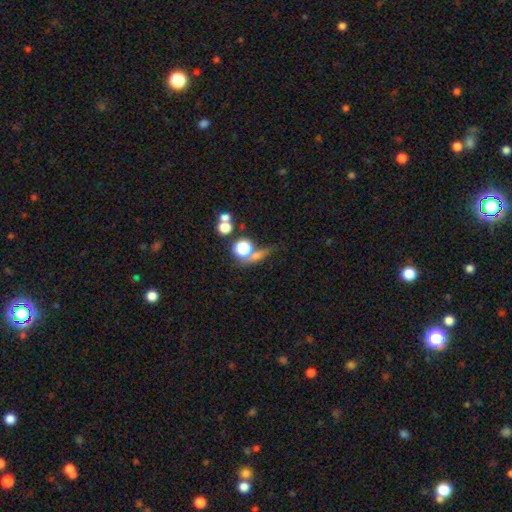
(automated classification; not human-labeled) Q: Smooth or featured?
A: smooth (52%); runner-up: star or artifact (28%)
Q: How rounded?
A: round (47%); runner-up: cigar-shaped (29%)
Q: Merging?
A: none (56%); runner-up: merger (19%)